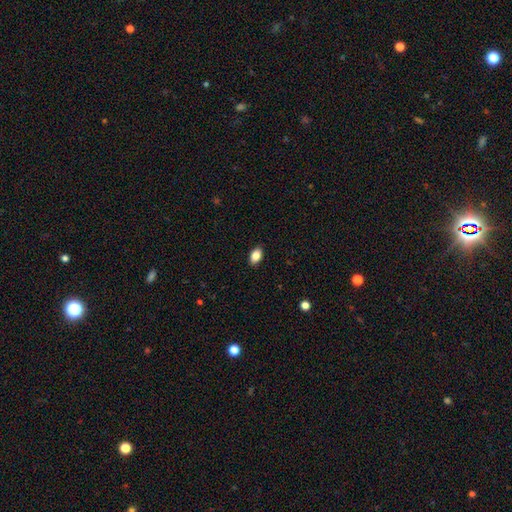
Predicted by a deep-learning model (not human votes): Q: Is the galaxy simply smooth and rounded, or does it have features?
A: smooth — 85%.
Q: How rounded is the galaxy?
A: in between — 88%.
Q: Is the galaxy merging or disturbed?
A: none — 89%.